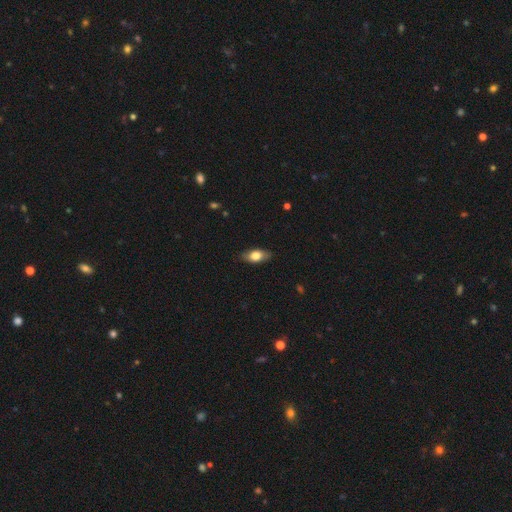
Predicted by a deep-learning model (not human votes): Smooth or featured?
  - smooth: 72% *
  - featured or disk: 21%
  - star or artifact: 6%
How rounded?
  - in between: 86% *
  - cigar-shaped: 9%
  - round: 5%
Merging?
  - none: 83% *
  - minor disturbance: 13%
  - major disturbance: 2%
  - merger: 1%